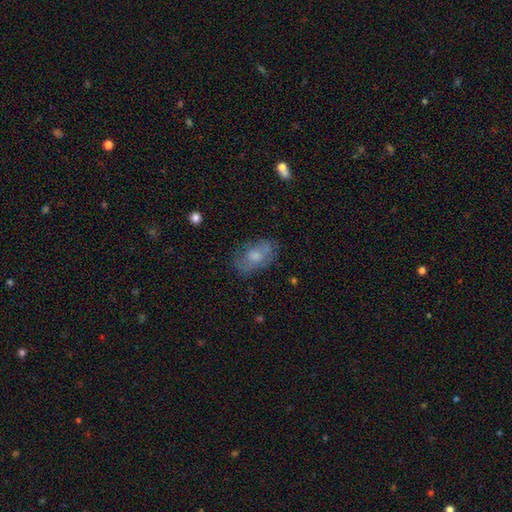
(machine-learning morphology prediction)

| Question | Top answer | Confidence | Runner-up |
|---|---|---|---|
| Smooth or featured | smooth | 55% | featured or disk (36%) |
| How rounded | in between | 87% | round (11%) |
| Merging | none | 63% | minor disturbance (24%) |